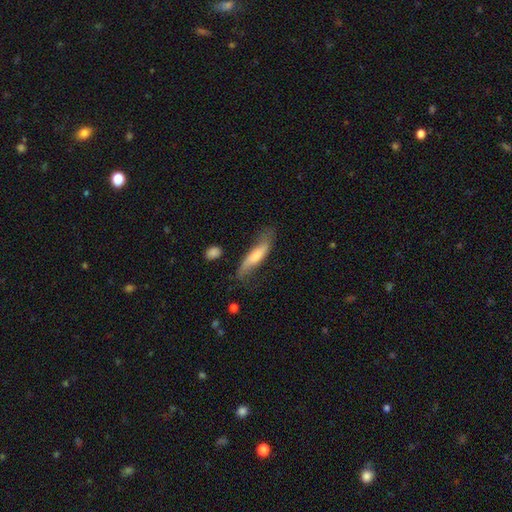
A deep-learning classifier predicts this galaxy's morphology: Smooth or featured? smooth (49%)
Merging? none (62%)